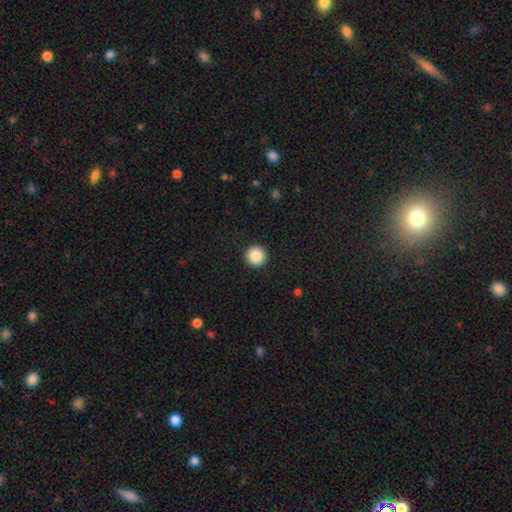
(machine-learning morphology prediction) Overall: smooth (88%). How rounded: round (96%). Merging: none (93%).